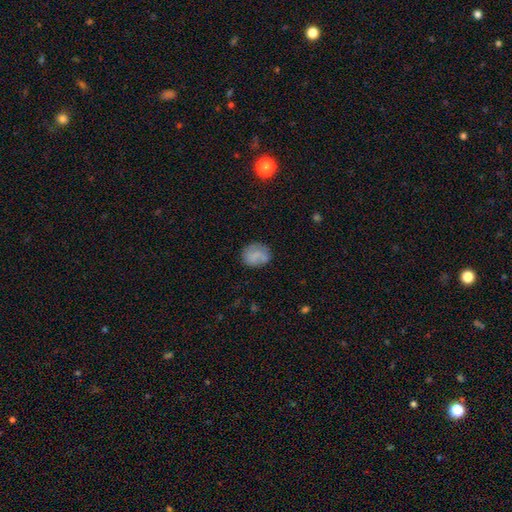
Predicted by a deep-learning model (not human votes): A smooth galaxy with no disk features (74%) that is round (68%).

Vote fractions:
- Smooth or featured? smooth: 74% / featured or disk: 18% / star or artifact: 8%
- How rounded? round: 68% / in between: 31% / cigar-shaped: 1%
- Merging? none: 69% / minor disturbance: 21% / major disturbance: 7% / merger: 3%